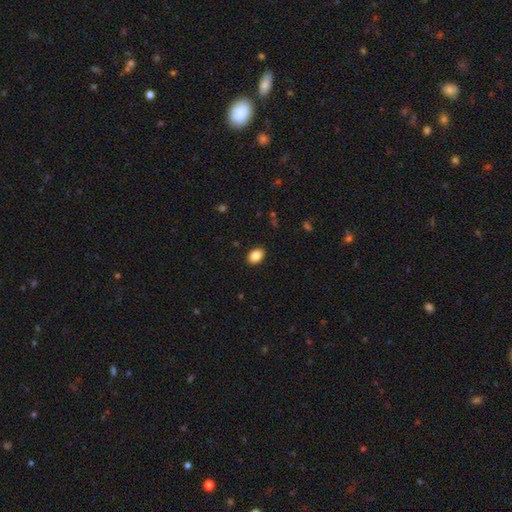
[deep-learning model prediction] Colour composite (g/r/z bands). It shows a smooth galaxy with no disk features (86%) that is in between round and cigar-shaped (83%). Merging: none (90%).